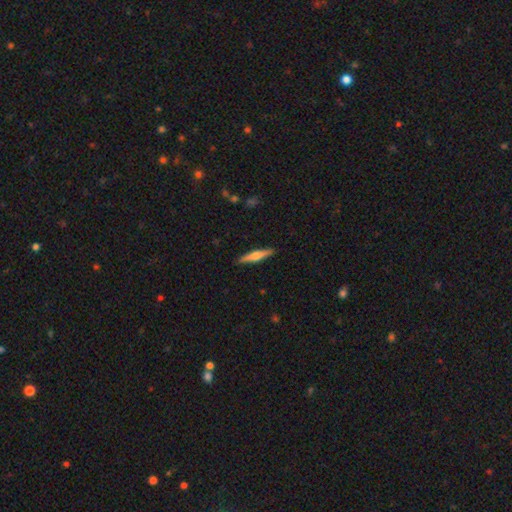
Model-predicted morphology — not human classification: type=featured or disk (48%); merging=none (91%).